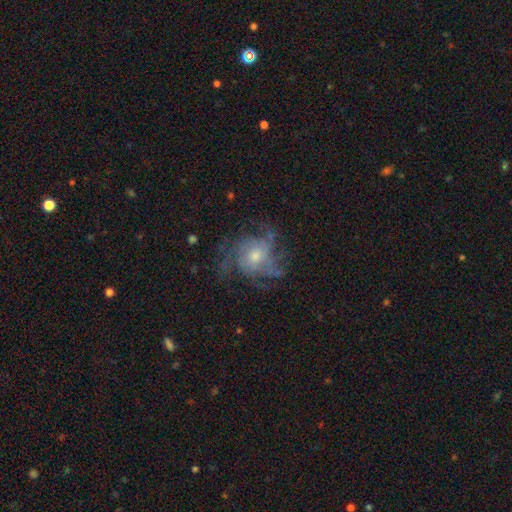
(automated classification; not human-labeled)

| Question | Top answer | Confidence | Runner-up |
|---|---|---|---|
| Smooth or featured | featured or disk | 71% | smooth (19%) |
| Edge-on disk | no | 97% | yes (3%) |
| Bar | no | 79% | weak (18%) |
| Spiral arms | yes | 79% | no (21%) |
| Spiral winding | medium | 43% | tight (32%) |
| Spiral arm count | can't tell | 36% | 3 (21%) |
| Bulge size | moderate | 48% | small (44%) |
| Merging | none | 53% | major disturbance (25%) |